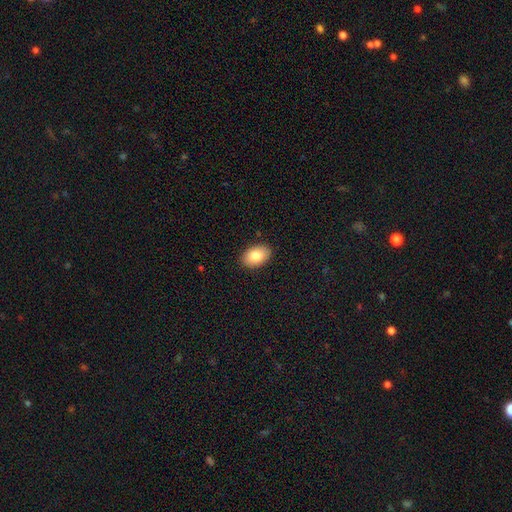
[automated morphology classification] Smooth or featured: smooth — 83% (featured or disk — 10%)
How rounded: in between — 89% (round — 10%)
Merging: none — 89% (minor disturbance — 8%)